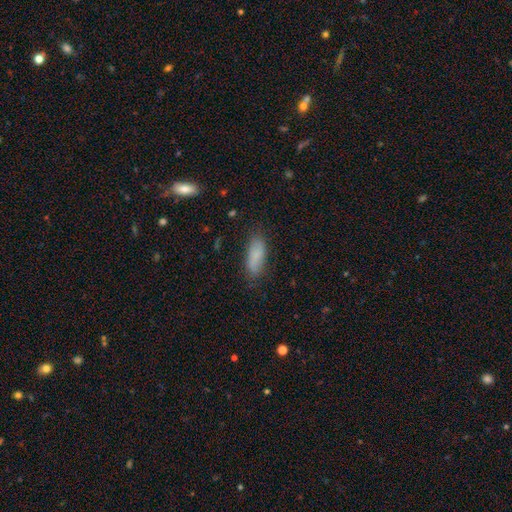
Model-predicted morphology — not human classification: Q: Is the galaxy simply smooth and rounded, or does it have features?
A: smooth — 83%.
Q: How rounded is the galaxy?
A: in between — 70%.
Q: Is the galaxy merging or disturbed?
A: none — 78%.